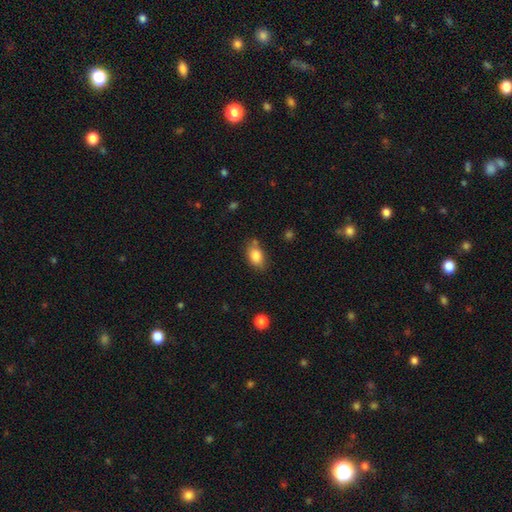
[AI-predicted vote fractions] Smooth or featured?
  - smooth: 84% *
  - star or artifact: 8%
  - featured or disk: 7%
How rounded?
  - in between: 84% *
  - round: 14%
  - cigar-shaped: 2%
Merging?
  - none: 72% *
  - minor disturbance: 17%
  - merger: 7%
  - major disturbance: 4%